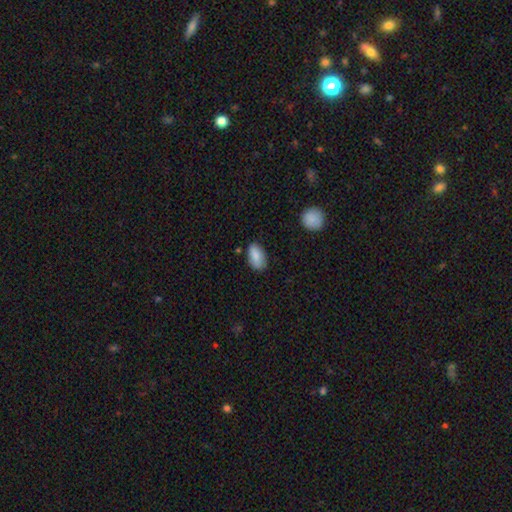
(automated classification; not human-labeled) smooth_or_featured: smooth (p=0.85) [alt: featured or disk p=0.08]
how_rounded: in between (p=0.93) [alt: round p=0.04]
merging: none (p=0.78) [alt: minor disturbance p=0.16]